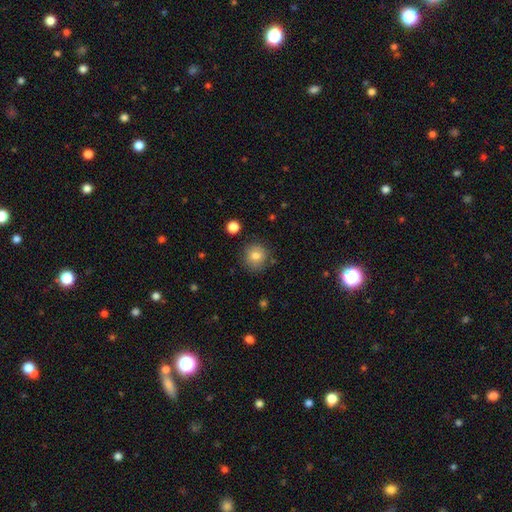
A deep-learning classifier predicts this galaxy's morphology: Smooth or featured? smooth (81%)
How rounded? round (91%)
Merging? none (84%)